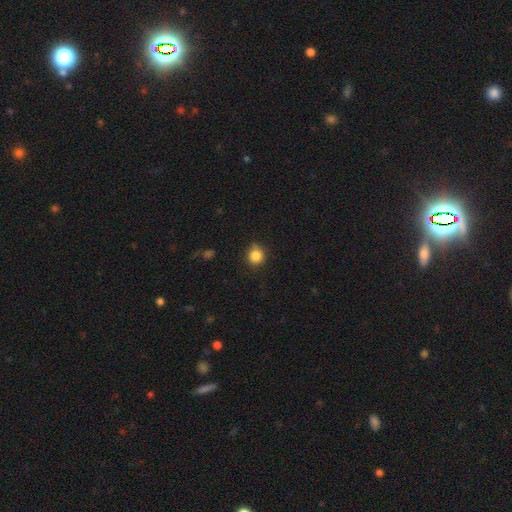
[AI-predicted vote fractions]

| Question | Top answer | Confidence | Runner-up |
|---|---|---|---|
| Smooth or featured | smooth | 84% | star or artifact (11%) |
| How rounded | round | 86% | in between (13%) |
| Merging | none | 77% | minor disturbance (19%) |